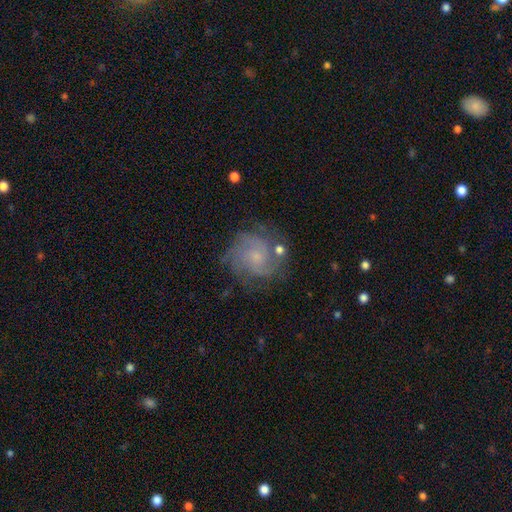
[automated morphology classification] Smooth or featured? featured or disk (73%)
Edge-on disk? no (98%)
Bar? no (73%)
Spiral arms? yes (93%)
Spiral winding? tight (54%)
Spiral arm count? can't tell (31%)
Bulge size? small (67%)
Merging? none (75%)